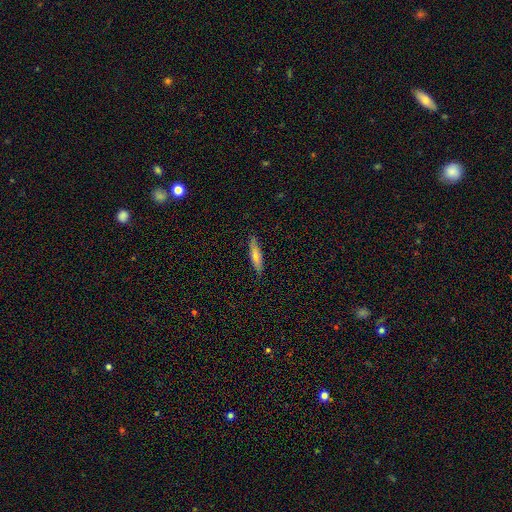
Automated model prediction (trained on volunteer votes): The model was most divided on "how rounded": cigar-shaped: 72%, in between: 26%, round: 2%. More confident: merging — none (82%); smooth or featured — smooth (71%).